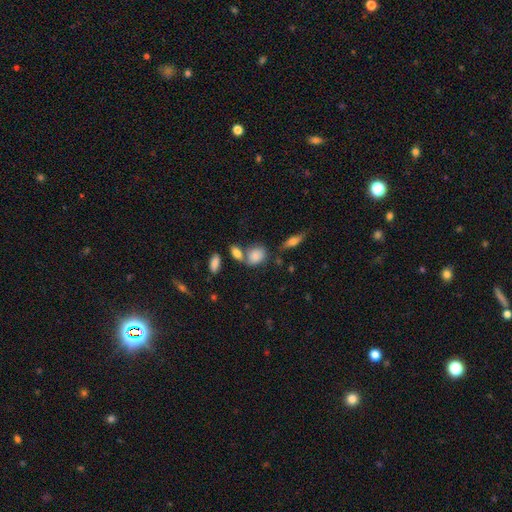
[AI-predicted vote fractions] Overall: smooth (79%). How rounded: in between (67%; round 30%). Merging: none (49%; merger 28%).